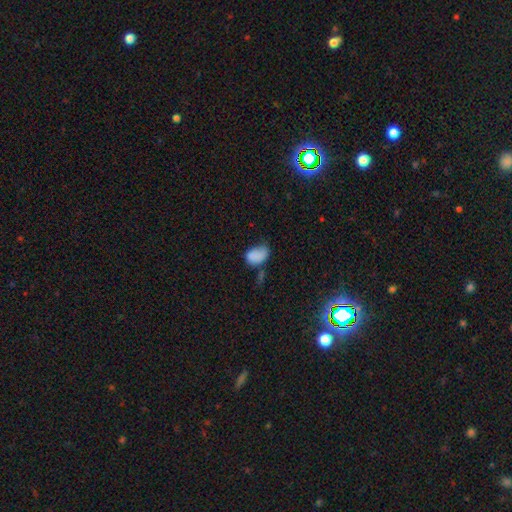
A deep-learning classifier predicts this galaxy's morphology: Smooth or featured?
  - smooth: 81% *
  - star or artifact: 10%
  - featured or disk: 9%
How rounded?
  - in between: 85% *
  - round: 14%
  - cigar-shaped: 1%
Merging?
  - minor disturbance: 37% *
  - none: 35%
  - major disturbance: 20%
  - merger: 8%